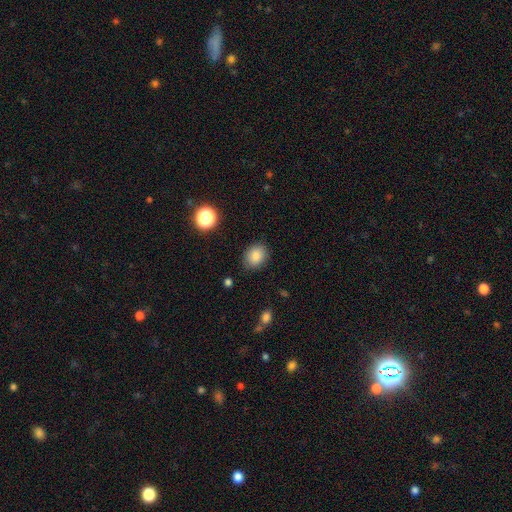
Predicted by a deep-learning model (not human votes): Smooth or featured? smooth (83%)
How rounded? in between (52%)
Merging? none (85%)